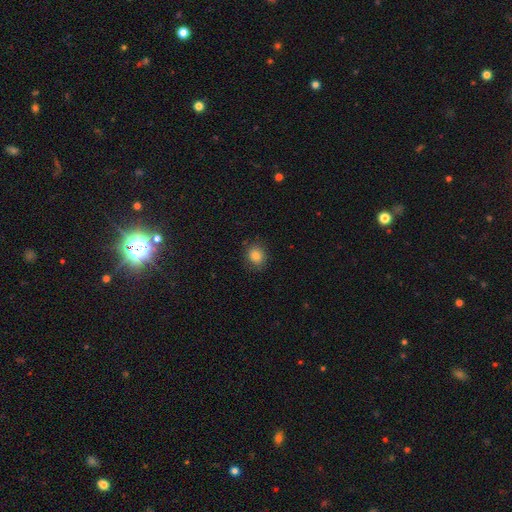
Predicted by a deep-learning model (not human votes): The model was most divided on "how rounded": round: 71%, in between: 28%, cigar-shaped: 1%. More confident: merging — none (83%); smooth or featured — smooth (83%).